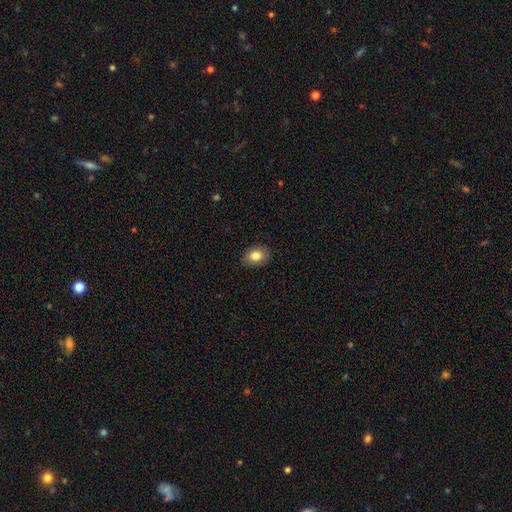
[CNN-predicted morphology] smooth_or_featured: smooth (p=0.83) [alt: featured or disk p=0.09]
how_rounded: in between (p=0.71) [alt: round p=0.28]
merging: none (p=0.88) [alt: minor disturbance p=0.09]